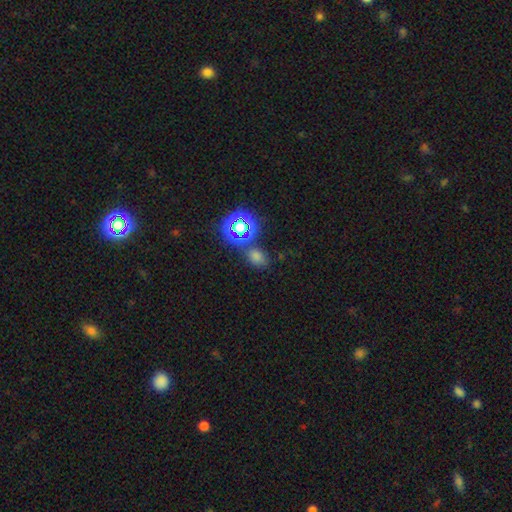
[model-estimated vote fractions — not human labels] A smooth galaxy with no disk features (54%) that is in between round and cigar-shaped (58%). Merging: none (70%).